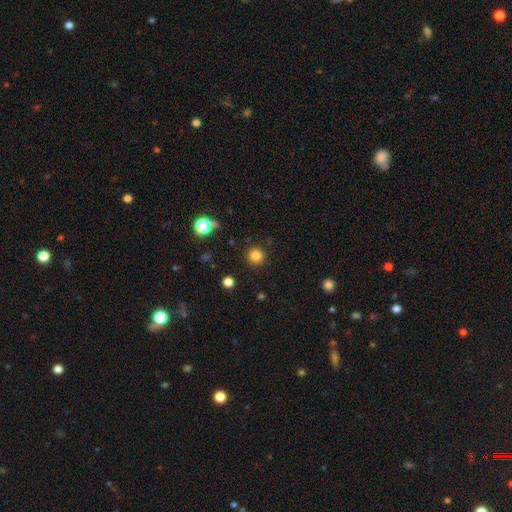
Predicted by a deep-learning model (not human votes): A smooth galaxy with no disk features (82%) that is round (96%).

Vote fractions:
- Smooth or featured? smooth: 82% / star or artifact: 13% / featured or disk: 4%
- How rounded? round: 96% / in between: 3% / cigar-shaped: 1%
- Merging? none: 90% / minor disturbance: 6% / major disturbance: 2% / merger: 2%